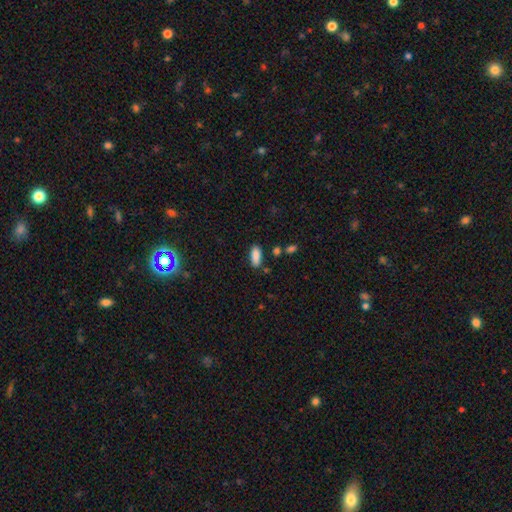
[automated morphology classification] A smooth galaxy with no disk features (87%) that is in between round and cigar-shaped (84%).

Vote fractions:
- Smooth or featured? smooth: 87% / star or artifact: 8% / featured or disk: 5%
- How rounded? in between: 84% / cigar-shaped: 14% / round: 2%
- Merging? none: 80% / minor disturbance: 12% / merger: 5% / major disturbance: 3%